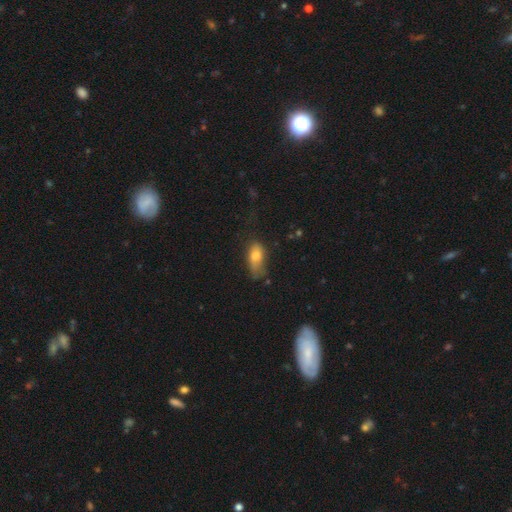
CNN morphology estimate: Q: Smooth or featured?
A: smooth (76%); runner-up: featured or disk (15%)
Q: How rounded?
A: in between (86%); runner-up: cigar-shaped (7%)
Q: Merging?
A: none (38%); tied with: minor disturbance (38%)